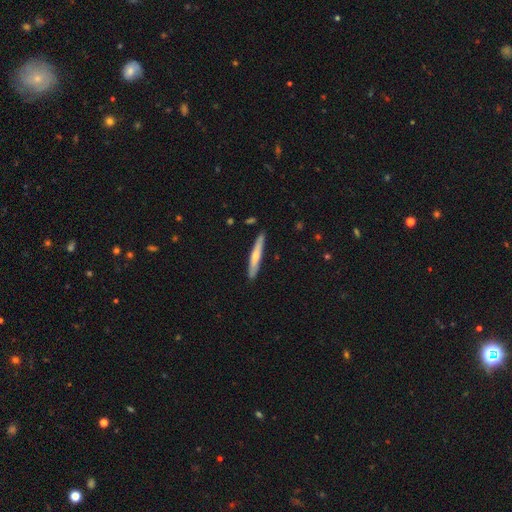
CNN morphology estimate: smooth_or_featured: smooth (p=0.56) [alt: featured or disk p=0.39]
how_rounded: cigar-shaped (p=0.94) [alt: in between p=0.04]
merging: none (p=0.89) [alt: minor disturbance p=0.08]